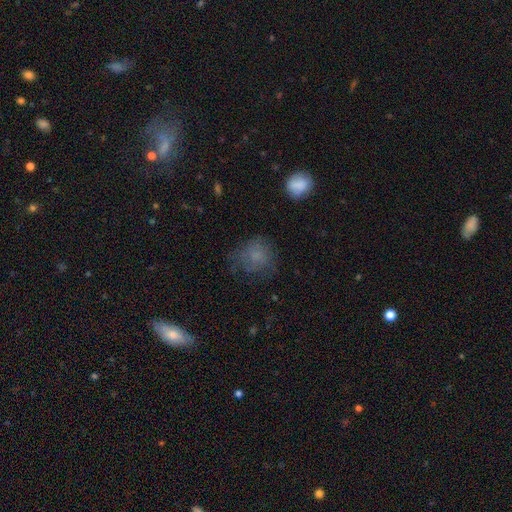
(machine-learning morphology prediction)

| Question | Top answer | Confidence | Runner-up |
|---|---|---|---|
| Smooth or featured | smooth | 71% | featured or disk (16%) |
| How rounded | round | 76% | in between (23%) |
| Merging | none | 56% | minor disturbance (24%) |